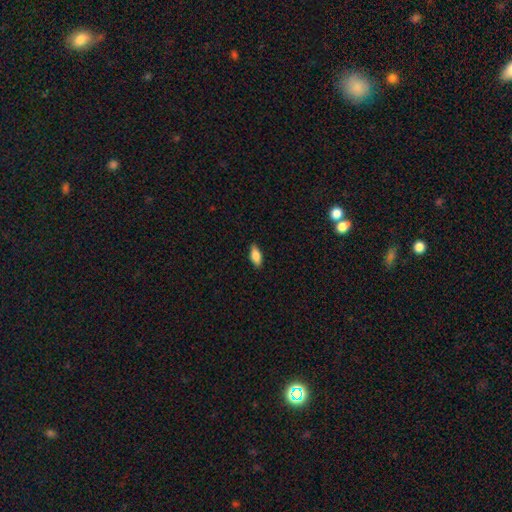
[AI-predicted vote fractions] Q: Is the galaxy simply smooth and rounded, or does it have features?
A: smooth — 81%.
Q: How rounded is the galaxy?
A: in between — 82%.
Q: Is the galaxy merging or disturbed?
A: none — 87%.